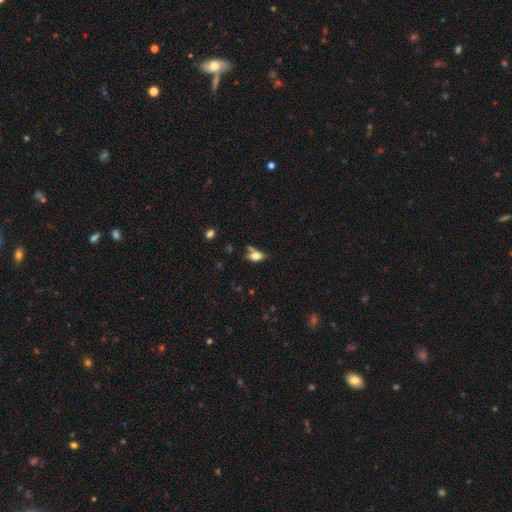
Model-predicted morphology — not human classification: The model was most divided on "merging": none: 54%, minor disturbance: 21%, merger: 17%, major disturbance: 9%. More confident: how rounded — in between (80%); smooth or featured — smooth (62%).